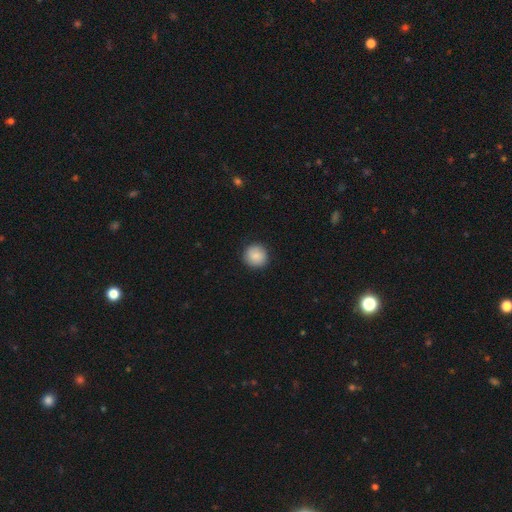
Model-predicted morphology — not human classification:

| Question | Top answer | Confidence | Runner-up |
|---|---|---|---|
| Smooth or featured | smooth | 87% | star or artifact (7%) |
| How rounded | round | 94% | in between (5%) |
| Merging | none | 91% | minor disturbance (6%) |